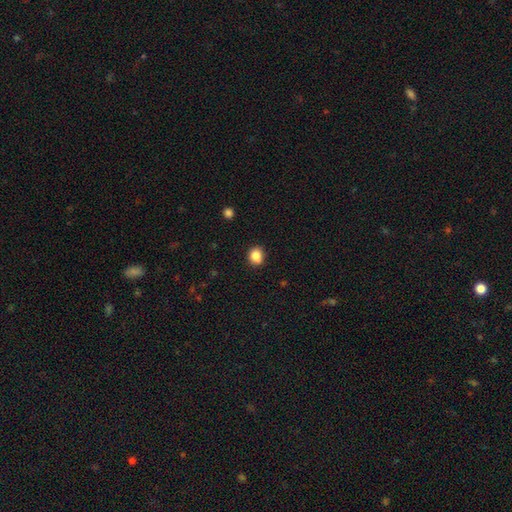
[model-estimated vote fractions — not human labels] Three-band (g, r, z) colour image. It shows a smooth galaxy with no disk features (85%) that is round (72%). Merging: none (83%).